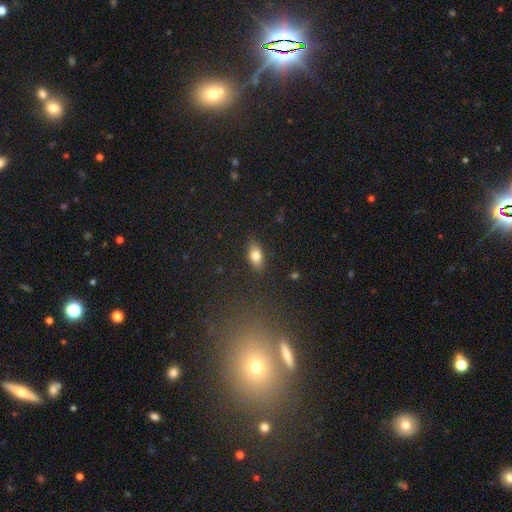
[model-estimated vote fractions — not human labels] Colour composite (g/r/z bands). It shows a smooth galaxy with no disk features (80%) that is in between round and cigar-shaped (87%). Merging: none (86%).